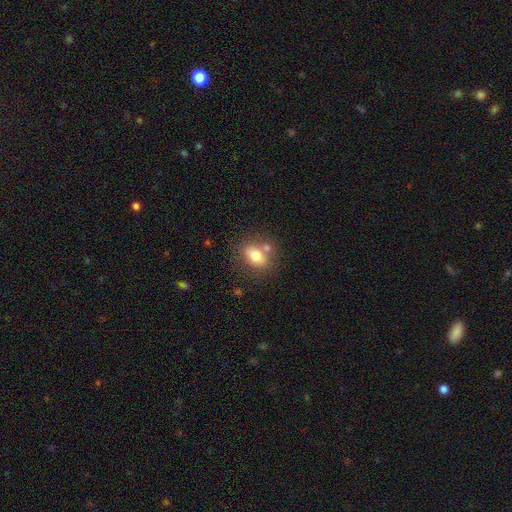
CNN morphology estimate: Smooth or featured?
  - smooth: 77% *
  - featured or disk: 14%
  - star or artifact: 9%
How rounded?
  - in between: 76% *
  - round: 22%
  - cigar-shaped: 2%
Merging?
  - none: 60% *
  - merger: 22%
  - minor disturbance: 14%
  - major disturbance: 5%